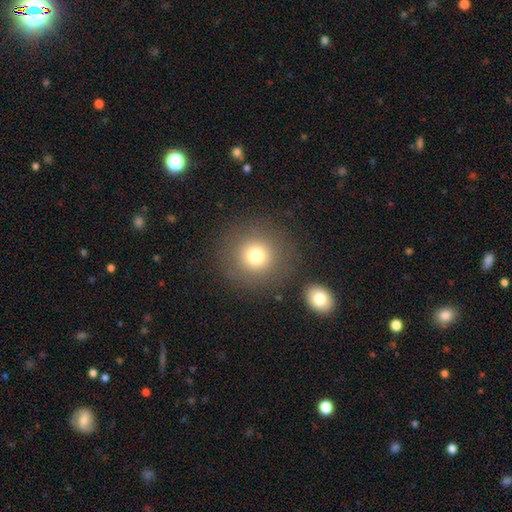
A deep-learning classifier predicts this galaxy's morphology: Smooth or featured?
  - smooth: 74% *
  - star or artifact: 15%
  - featured or disk: 11%
How rounded?
  - round: 94% *
  - in between: 5%
  - cigar-shaped: 1%
Merging?
  - none: 84% *
  - minor disturbance: 8%
  - major disturbance: 5%
  - merger: 4%